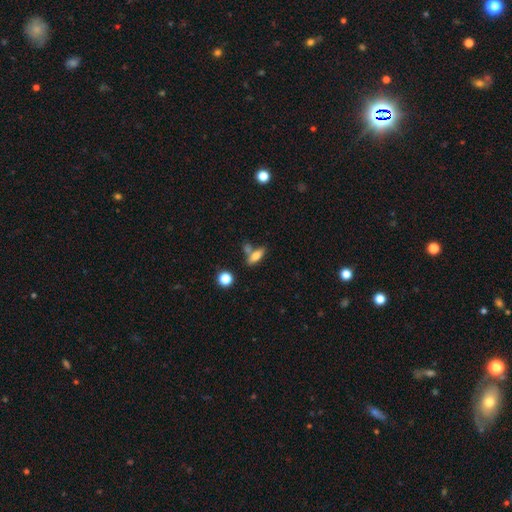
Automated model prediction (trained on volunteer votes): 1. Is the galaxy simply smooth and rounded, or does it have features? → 66% smooth, 25% featured or disk, 9% star or artifact.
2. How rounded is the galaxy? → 61% in between, 34% cigar-shaped, 5% round.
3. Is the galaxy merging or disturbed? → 58% none, 23% merger, 14% minor disturbance, 5% major disturbance.